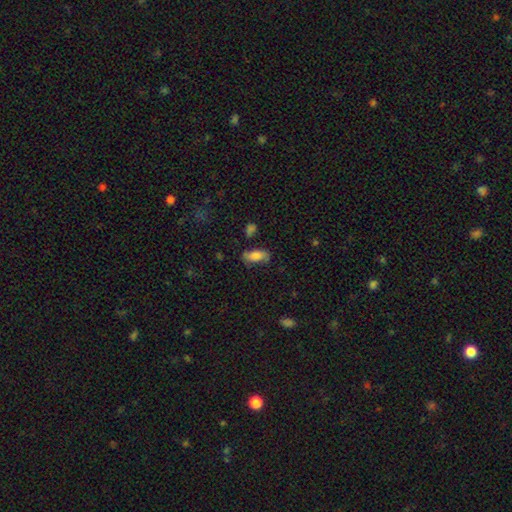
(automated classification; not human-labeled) A smooth galaxy with no disk features (72%) that is in between round and cigar-shaped (86%). Merging: none (67%).